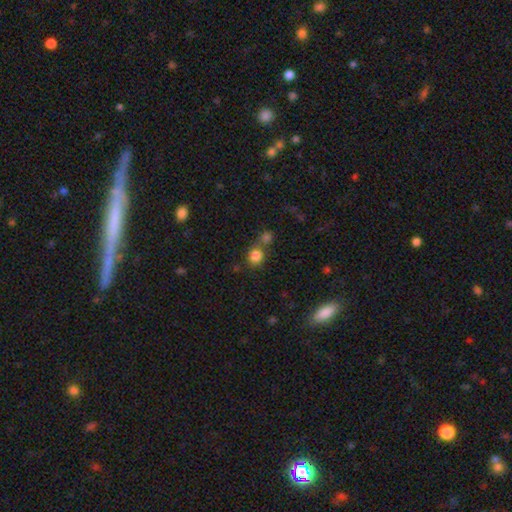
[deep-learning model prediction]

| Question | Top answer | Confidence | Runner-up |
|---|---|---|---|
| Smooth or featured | smooth | 82% | star or artifact (12%) |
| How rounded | round | 80% | in between (19%) |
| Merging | none | 53% | merger (33%) |